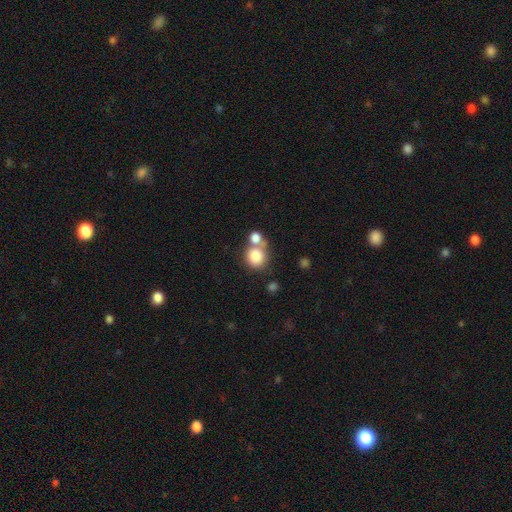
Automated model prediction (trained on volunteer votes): Smooth or featured?
  - smooth: 82% *
  - star or artifact: 10%
  - featured or disk: 9%
How rounded?
  - round: 80% *
  - in between: 19%
  - cigar-shaped: 1%
Merging?
  - none: 44% *
  - merger: 42%
  - minor disturbance: 9%
  - major disturbance: 4%